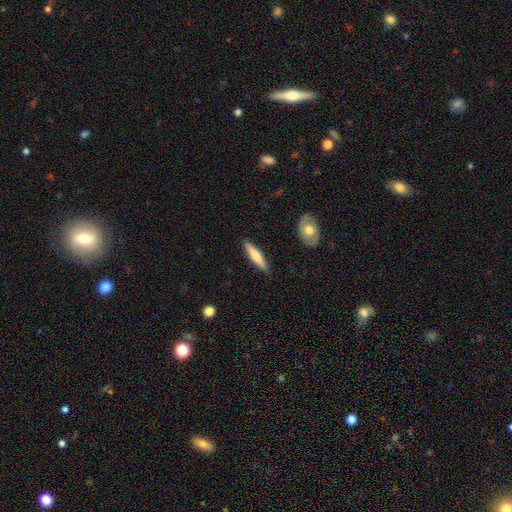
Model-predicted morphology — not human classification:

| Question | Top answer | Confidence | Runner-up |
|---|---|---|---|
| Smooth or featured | smooth | 60% | featured or disk (35%) |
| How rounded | cigar-shaped | 85% | in between (14%) |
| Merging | none | 89% | minor disturbance (8%) |